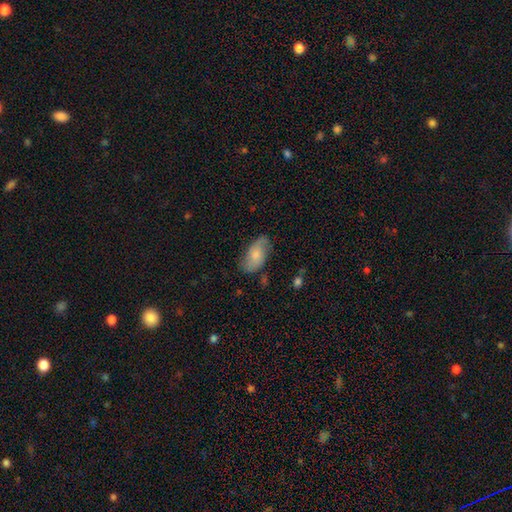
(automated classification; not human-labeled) Smooth or featured?
  - smooth: 59% *
  - featured or disk: 35%
  - star or artifact: 7%
How rounded?
  - in between: 94% *
  - round: 4%
  - cigar-shaped: 3%
Merging?
  - none: 71% *
  - minor disturbance: 22%
  - major disturbance: 6%
  - merger: 2%